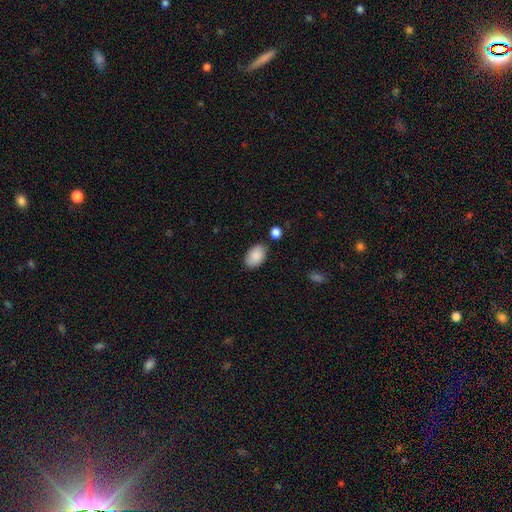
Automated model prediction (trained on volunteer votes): The model was most divided on "merging": none: 81%, minor disturbance: 12%, merger: 4%, major disturbance: 3%. More confident: how rounded — in between (92%); smooth or featured — smooth (89%).